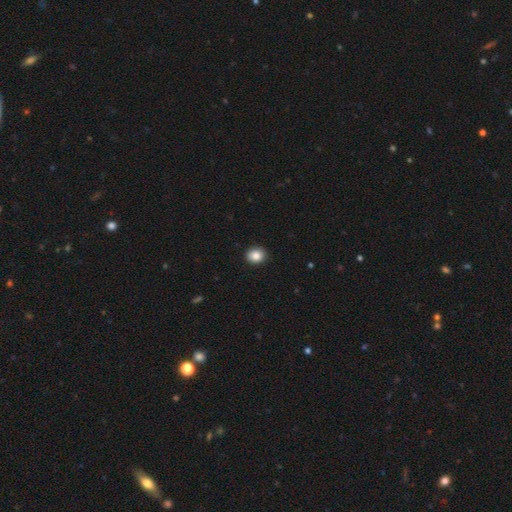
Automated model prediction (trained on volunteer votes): Smooth or featured?
  - smooth: 87% *
  - star or artifact: 9%
  - featured or disk: 4%
How rounded?
  - round: 68% *
  - in between: 31%
  - cigar-shaped: 1%
Merging?
  - none: 91% *
  - minor disturbance: 7%
  - major disturbance: 2%
  - merger: 1%